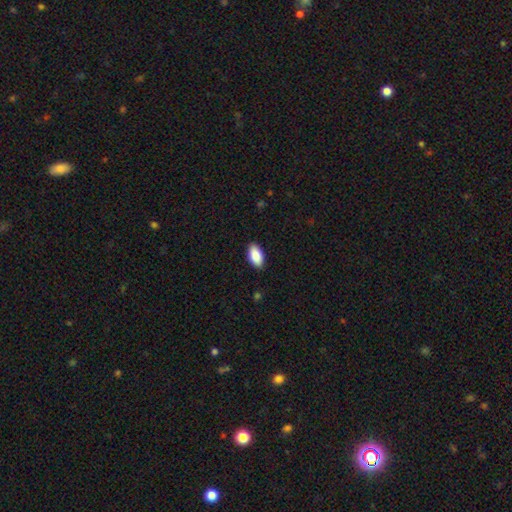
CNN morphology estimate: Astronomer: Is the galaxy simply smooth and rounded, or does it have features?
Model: smooth — 88%.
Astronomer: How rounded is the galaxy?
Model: in between — 94%.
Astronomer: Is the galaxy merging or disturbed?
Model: none — 89%.